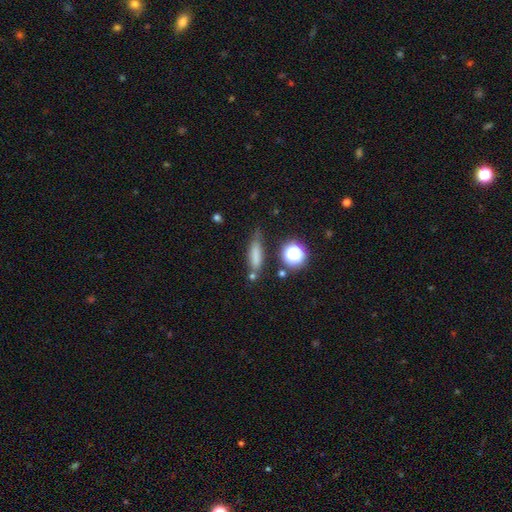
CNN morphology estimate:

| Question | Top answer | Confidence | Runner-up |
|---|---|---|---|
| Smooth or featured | smooth | 70% | featured or disk (15%) |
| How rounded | cigar-shaped | 66% | in between (26%) |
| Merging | none | 63% | minor disturbance (22%) |